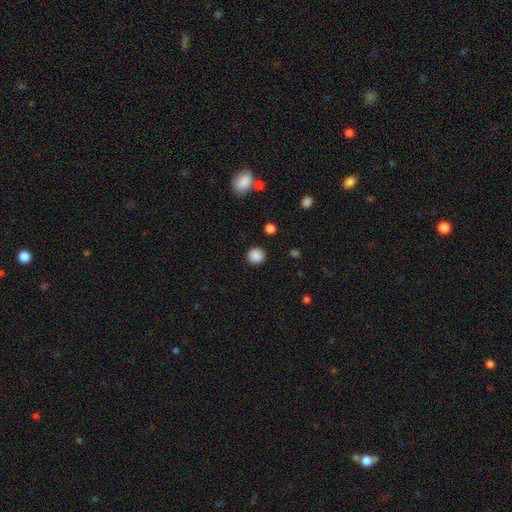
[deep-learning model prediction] Smooth or featured?
  - smooth: 87% *
  - star or artifact: 10%
  - featured or disk: 3%
How rounded?
  - round: 91% *
  - in between: 8%
  - cigar-shaped: 1%
Merging?
  - none: 90% *
  - minor disturbance: 6%
  - major disturbance: 2%
  - merger: 1%